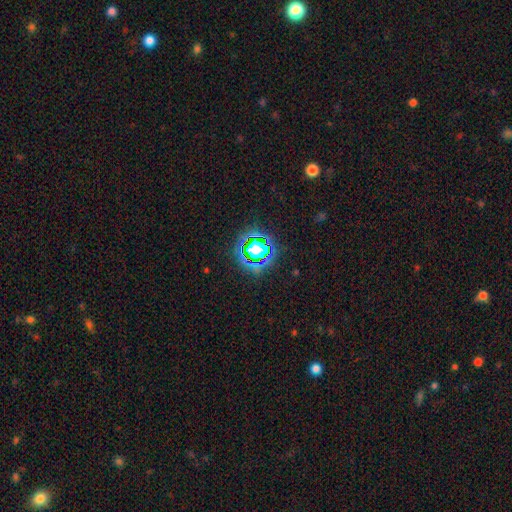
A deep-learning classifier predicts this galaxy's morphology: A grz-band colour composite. It shows a star or artifact, not a galaxy (79%).